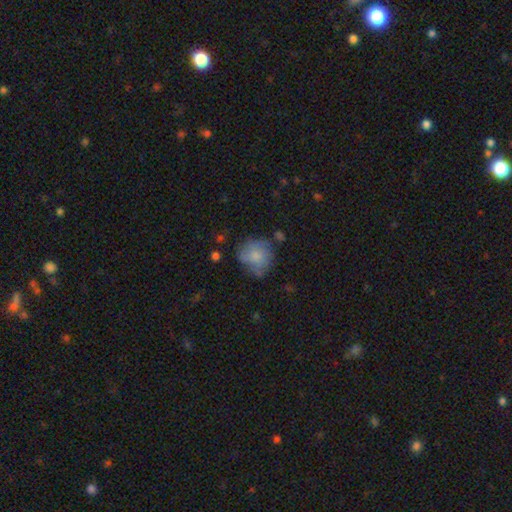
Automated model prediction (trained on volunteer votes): A smooth galaxy with no disk features (71%) that is round (79%).

Vote fractions:
- Smooth or featured? smooth: 71% / featured or disk: 21% / star or artifact: 8%
- How rounded? round: 79% / in between: 20% / cigar-shaped: 1%
- Merging? none: 54% / minor disturbance: 28% / major disturbance: 12% / merger: 5%